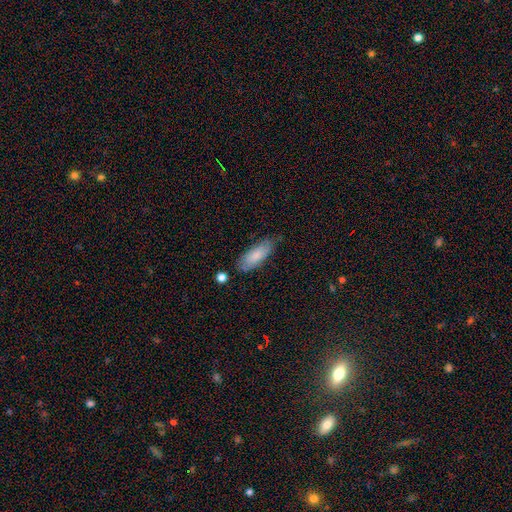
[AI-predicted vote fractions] Smooth or featured?
  - smooth: 78% *
  - featured or disk: 16%
  - star or artifact: 6%
How rounded?
  - in between: 71% *
  - cigar-shaped: 27%
  - round: 2%
Merging?
  - none: 72% *
  - minor disturbance: 21%
  - major disturbance: 4%
  - merger: 3%